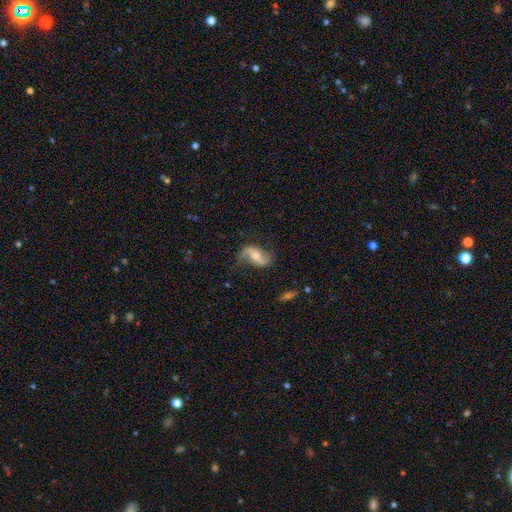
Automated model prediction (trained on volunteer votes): A featured or disk galaxy (72%) with a weak bar (36%), 2 (87%) loose (77%) spiral arms (88%) and a moderate central bulge (61%). Merging: none (67%).